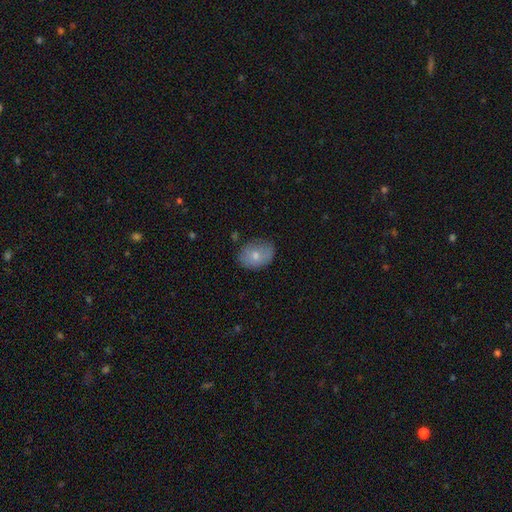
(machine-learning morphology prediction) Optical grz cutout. It shows a smooth galaxy with no disk features (74%) that is in between round and cigar-shaped (70%). Merging: none (69%).